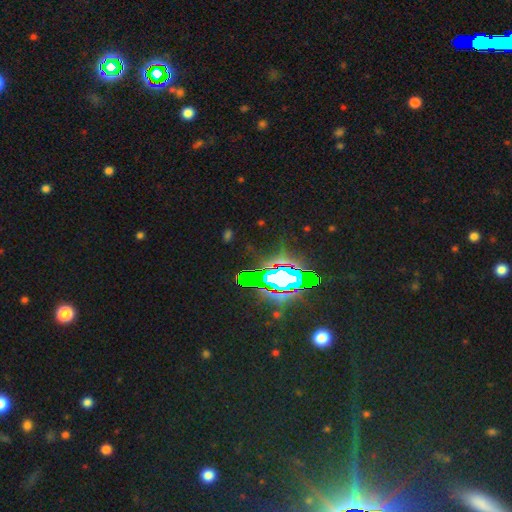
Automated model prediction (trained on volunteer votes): A star or artifact, not a galaxy (72%).